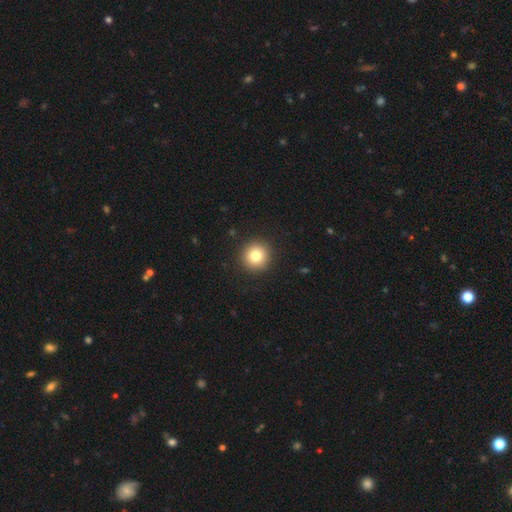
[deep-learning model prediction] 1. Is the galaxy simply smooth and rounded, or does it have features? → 81% smooth, 11% star or artifact, 8% featured or disk.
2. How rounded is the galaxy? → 95% round, 4% in between, 1% cigar-shaped.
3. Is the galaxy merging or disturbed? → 92% none, 5% minor disturbance, 2% major disturbance, 1% merger.